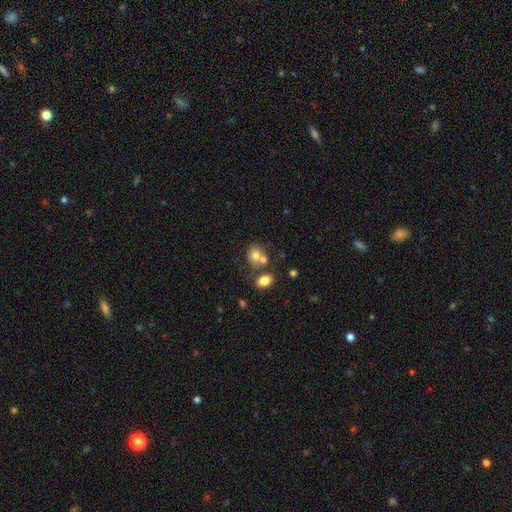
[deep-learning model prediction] smooth 74%, featured or disk 14%, star or artifact 11%. Down the decision tree: how rounded — round (59%); merging — merger (42%).